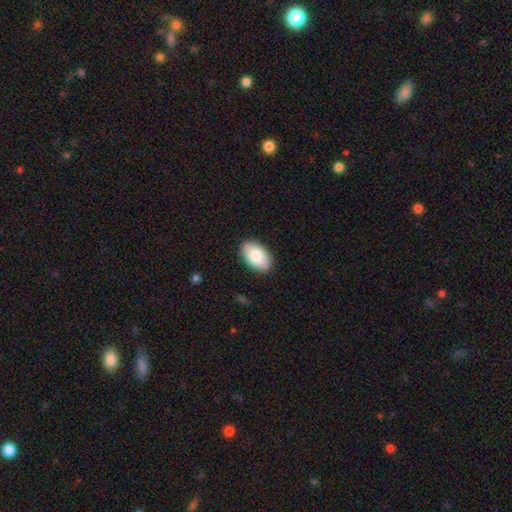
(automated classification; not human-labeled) Smooth or featured?
  - smooth: 83% *
  - featured or disk: 11%
  - star or artifact: 6%
How rounded?
  - in between: 94% *
  - round: 5%
  - cigar-shaped: 1%
Merging?
  - none: 87% *
  - minor disturbance: 10%
  - major disturbance: 2%
  - merger: 1%